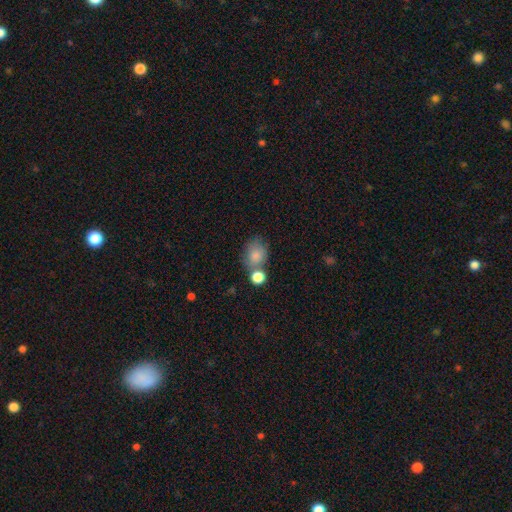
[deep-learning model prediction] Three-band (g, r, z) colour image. It shows a smooth galaxy with no disk features (82%) that is round (53%). Merging: none (51%).